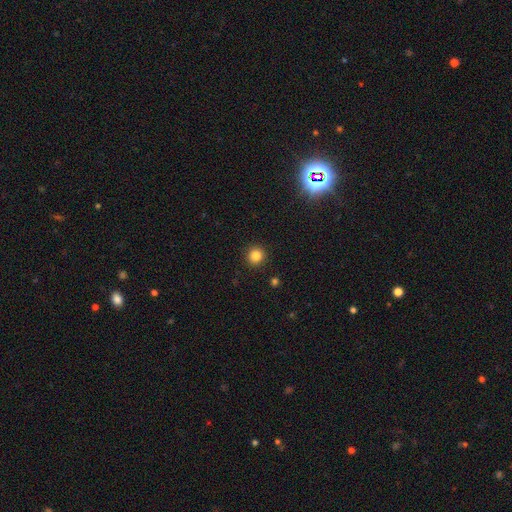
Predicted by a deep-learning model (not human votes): smooth_or_featured: smooth (p=0.84) [alt: star or artifact p=0.12]
how_rounded: round (p=0.93) [alt: in between p=0.06]
merging: none (p=0.92) [alt: minor disturbance p=0.05]